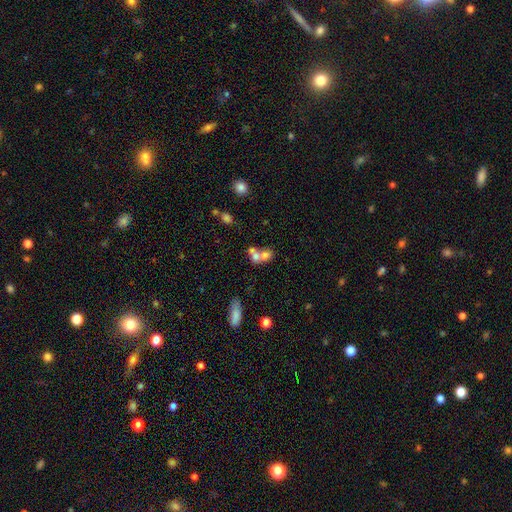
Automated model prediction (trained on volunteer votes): smooth-or-featured: smooth: 63% | featured or disk: 25% | star or artifact: 12%
  how-rounded: round: 51% | in between: 47% | cigar-shaped: 2%
  merging: merger: 67% | none: 22% | minor disturbance: 7% | major disturbance: 4%